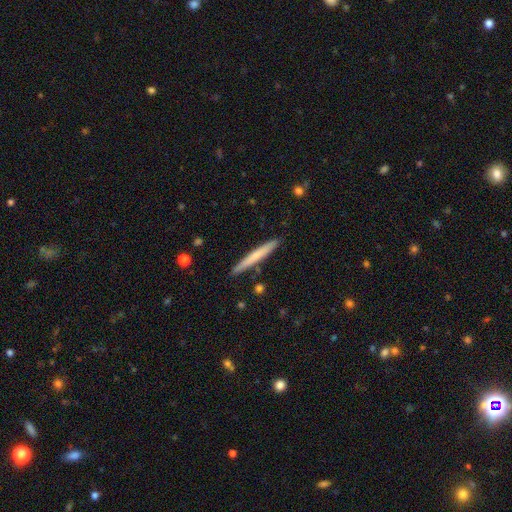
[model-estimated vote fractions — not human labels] Smooth or featured? smooth (59%)
How rounded? cigar-shaped (96%)
Merging? none (89%)